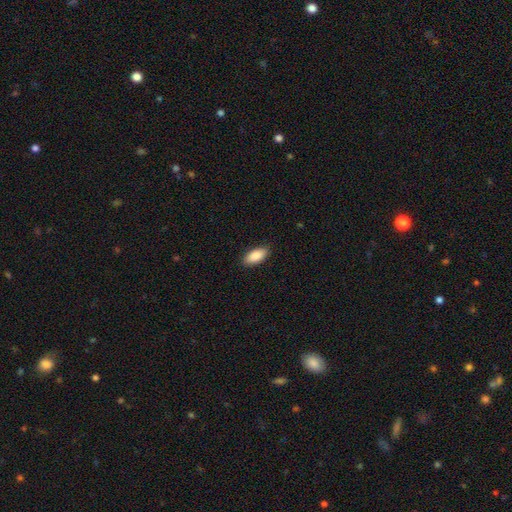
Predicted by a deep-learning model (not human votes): smooth 88%, star or artifact 6%, featured or disk 6%. Down the decision tree: how rounded — in between (89%); merging — none (88%).